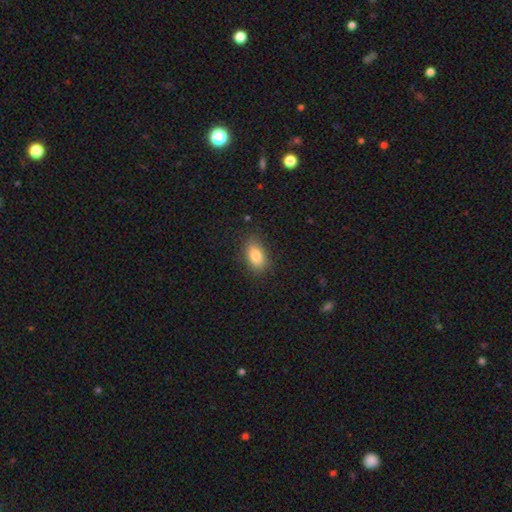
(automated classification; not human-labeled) The model was most divided on "merging": none: 82%, minor disturbance: 14%, major disturbance: 3%, merger: 1%. More confident: how rounded — in between (88%); smooth or featured — smooth (84%).